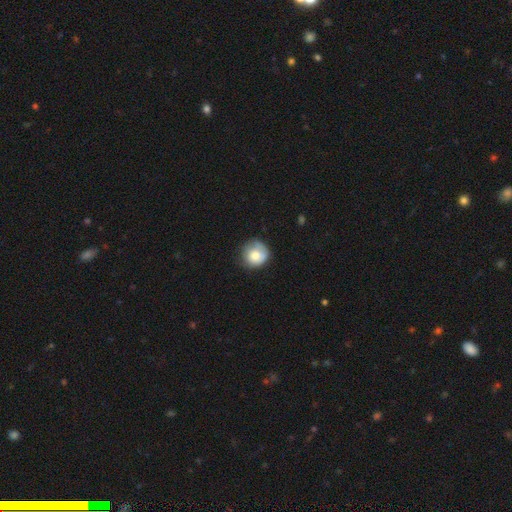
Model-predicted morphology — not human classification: smooth-or-featured: smooth: 73% | featured or disk: 19% | star or artifact: 8%
  how-rounded: round: 89% | in between: 10% | cigar-shaped: 1%
  merging: none: 60% | minor disturbance: 28% | major disturbance: 10% | merger: 2%